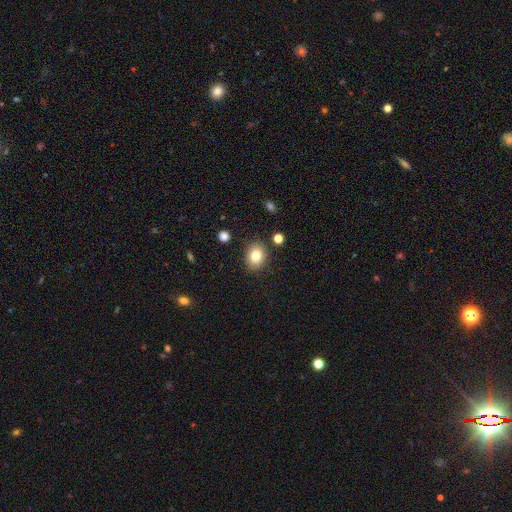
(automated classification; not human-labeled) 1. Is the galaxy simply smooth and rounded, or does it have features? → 80% smooth, 10% star or artifact, 10% featured or disk.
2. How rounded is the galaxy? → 55% in between, 45% round, 1% cigar-shaped.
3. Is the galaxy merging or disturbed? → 86% none, 9% minor disturbance, 2% major disturbance, 2% merger.